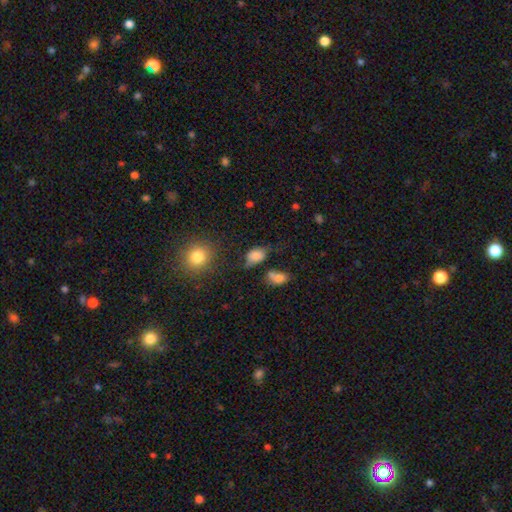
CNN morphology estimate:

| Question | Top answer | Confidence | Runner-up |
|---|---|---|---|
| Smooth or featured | smooth | 77% | star or artifact (12%) |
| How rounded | in between | 75% | round (23%) |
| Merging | none | 46% | minor disturbance (28%) |